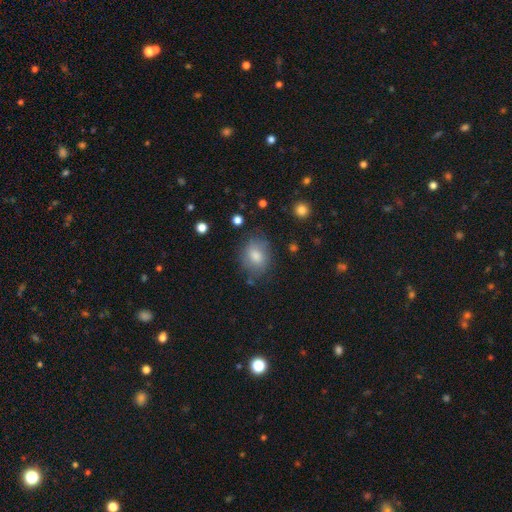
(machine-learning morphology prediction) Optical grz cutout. It shows a smooth galaxy with no disk features (77%) that is round (50%). Merging: none (72%).